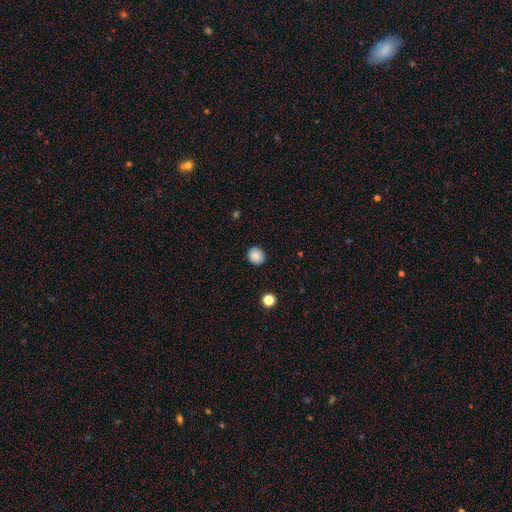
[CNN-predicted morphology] Overall: smooth (87%). How rounded: round (81%). Merging: none (89%).